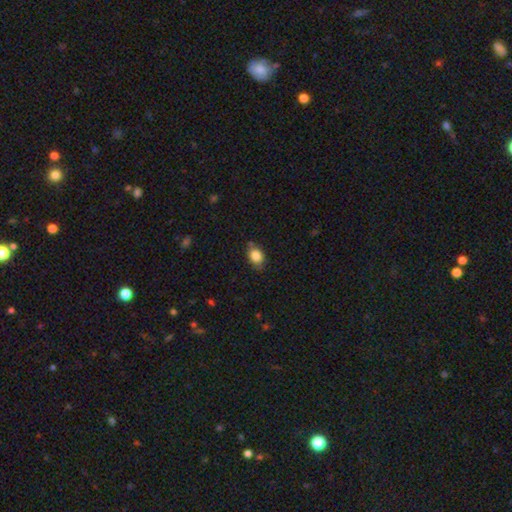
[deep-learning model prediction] Smooth or featured?
  - smooth: 84% *
  - star or artifact: 8%
  - featured or disk: 8%
How rounded?
  - in between: 70% *
  - round: 29%
  - cigar-shaped: 1%
Merging?
  - none: 74% *
  - minor disturbance: 20%
  - major disturbance: 4%
  - merger: 2%